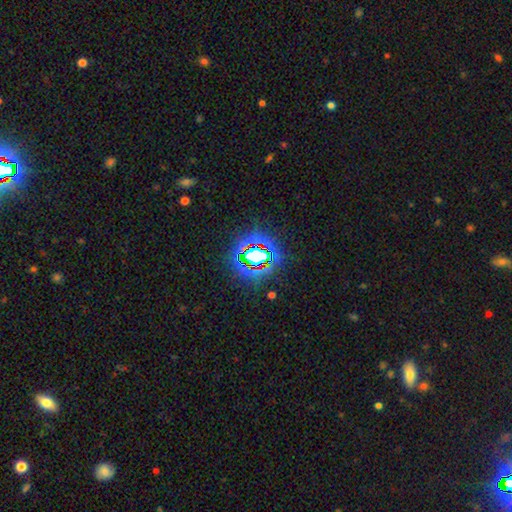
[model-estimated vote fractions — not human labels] This appears to be a star or artifact, not a galaxy (72%).